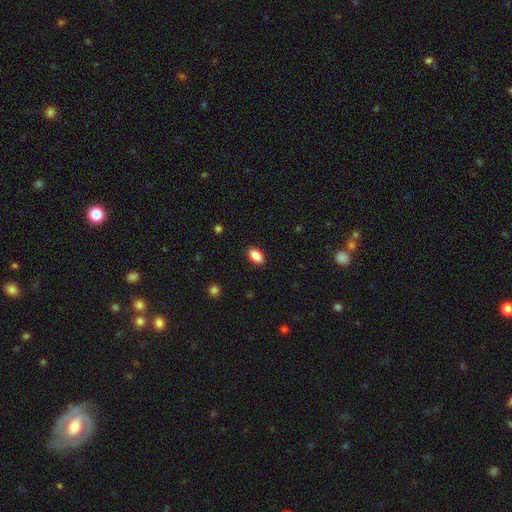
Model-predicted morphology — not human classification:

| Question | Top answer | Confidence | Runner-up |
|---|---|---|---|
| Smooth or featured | smooth | 86% | star or artifact (8%) |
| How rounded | in between | 91% | round (5%) |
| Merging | none | 88% | minor disturbance (9%) |